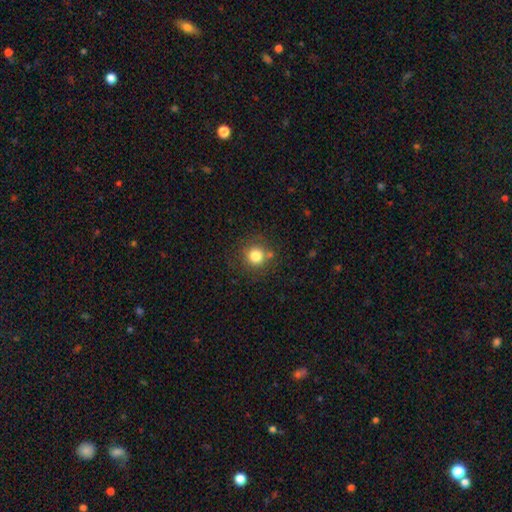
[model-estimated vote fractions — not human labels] smooth_or_featured: smooth (p=0.80) [alt: star or artifact p=0.12]
how_rounded: round (p=0.93) [alt: in between p=0.06]
merging: none (p=0.79) [alt: minor disturbance p=0.10]